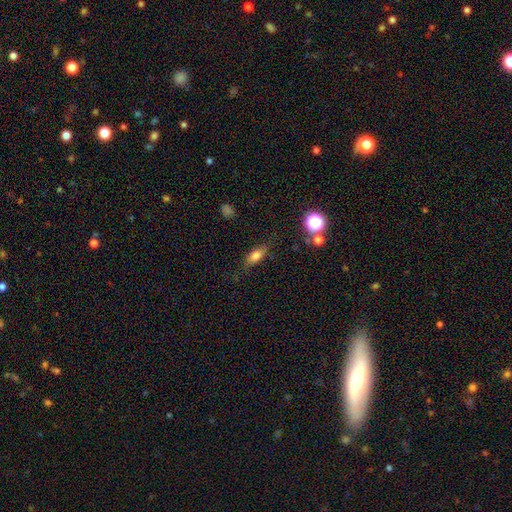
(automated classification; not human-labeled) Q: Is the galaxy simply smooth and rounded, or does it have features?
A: smooth — 73%.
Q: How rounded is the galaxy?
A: in between — 72%.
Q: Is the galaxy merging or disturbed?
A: none — 77%.